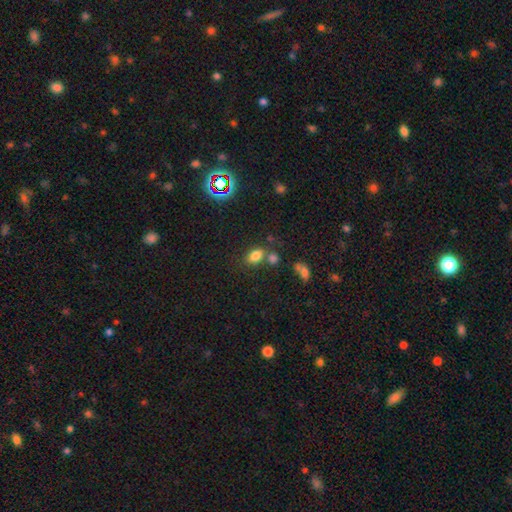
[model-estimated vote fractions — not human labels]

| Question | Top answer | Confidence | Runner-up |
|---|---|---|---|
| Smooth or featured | smooth | 78% | star or artifact (14%) |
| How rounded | in between | 79% | round (19%) |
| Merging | none | 61% | merger (21%) |